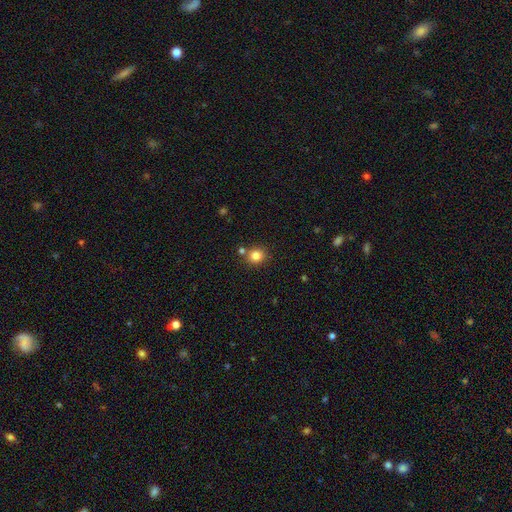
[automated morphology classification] smooth 83%, star or artifact 12%, featured or disk 5%. Down the decision tree: how rounded — round (86%); merging — none (78%).